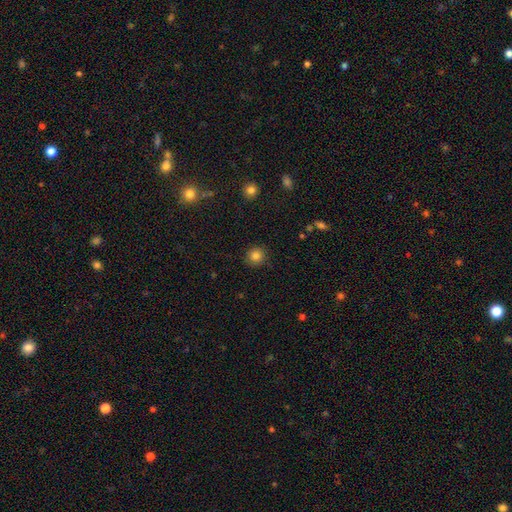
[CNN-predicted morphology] A smooth galaxy with no disk features (83%) that is round (92%). Merging: none (90%).